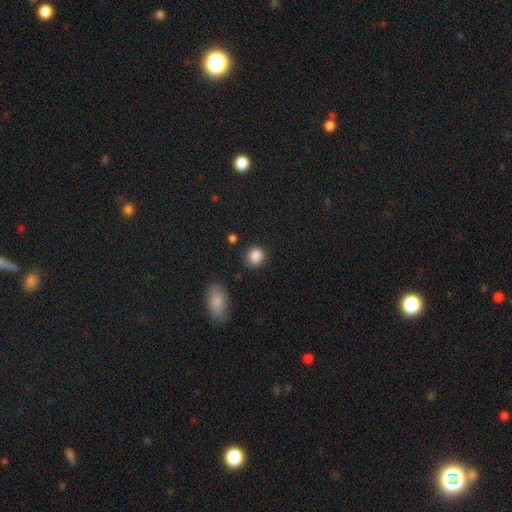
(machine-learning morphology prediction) Smooth or featured? Predicted: smooth (p=0.87). How rounded? Predicted: round (p=0.85). Merging? Predicted: none (p=0.81).